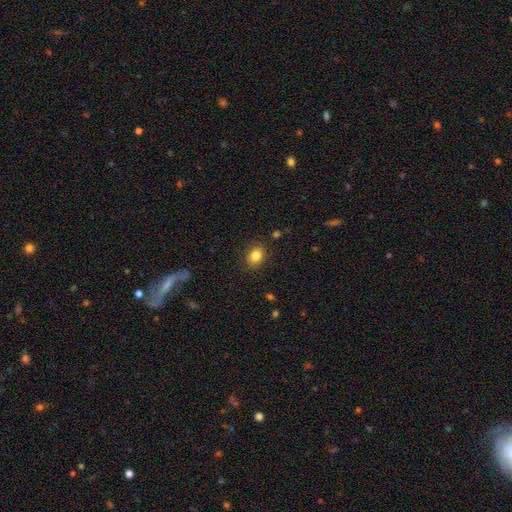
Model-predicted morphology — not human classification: A smooth galaxy with no disk features (83%) that is in between round and cigar-shaped (52%).

Vote fractions:
- Smooth or featured? smooth: 83% / star or artifact: 10% / featured or disk: 7%
- How rounded? in between: 52% / round: 47% / cigar-shaped: 1%
- Merging? none: 88% / minor disturbance: 9% / major disturbance: 2% / merger: 1%